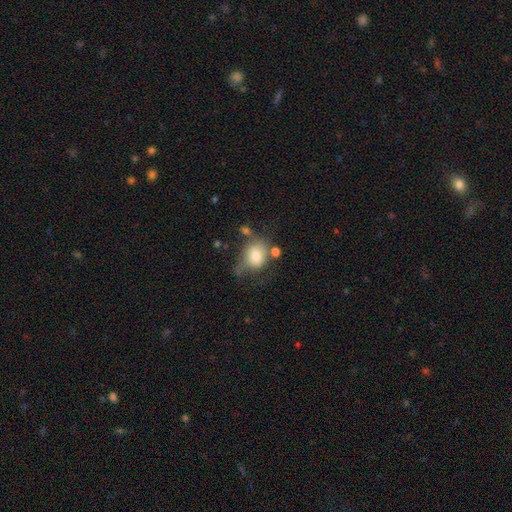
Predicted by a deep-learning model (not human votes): smooth-or-featured: smooth: 71% | featured or disk: 19% | star or artifact: 10%
  how-rounded: round: 53% | in between: 46% | cigar-shaped: 1%
  merging: none: 37% | minor disturbance: 28% | major disturbance: 22% | merger: 13%